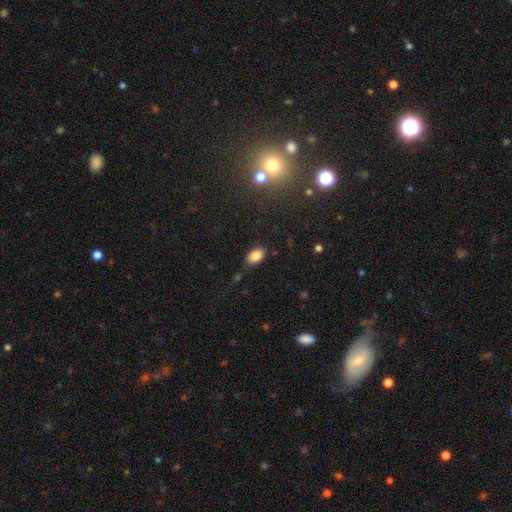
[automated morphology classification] Q: Smooth or featured?
A: smooth (84%); runner-up: star or artifact (9%)
Q: How rounded?
A: in between (89%); runner-up: round (10%)
Q: Merging?
A: none (74%); runner-up: minor disturbance (18%)